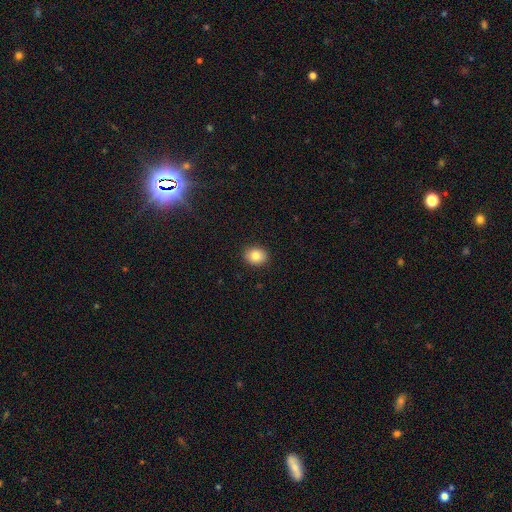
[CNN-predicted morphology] Overall: smooth (84%). How rounded: round (53%; in between 46%). Merging: none (91%).